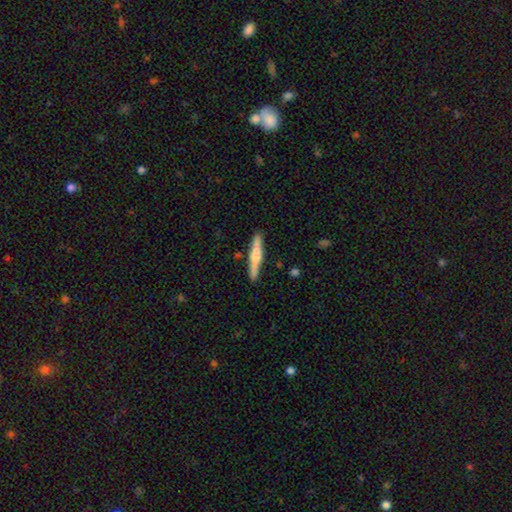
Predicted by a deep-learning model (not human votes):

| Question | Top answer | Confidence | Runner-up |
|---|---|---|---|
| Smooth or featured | featured or disk | 52% | smooth (42%) |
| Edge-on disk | yes | 97% | no (3%) |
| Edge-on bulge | rounded | 80% | boxy (12%) |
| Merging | none | 89% | minor disturbance (8%) |